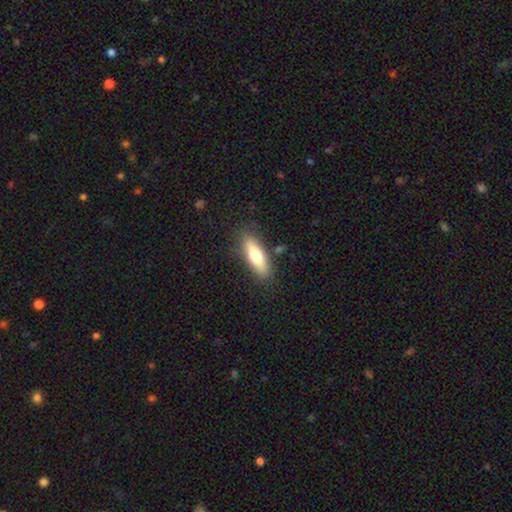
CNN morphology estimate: Smooth or featured?
  - smooth: 65% *
  - featured or disk: 29%
  - star or artifact: 6%
How rounded?
  - in between: 51% *
  - cigar-shaped: 46%
  - round: 3%
Merging?
  - none: 82% *
  - minor disturbance: 12%
  - major disturbance: 3%
  - merger: 3%